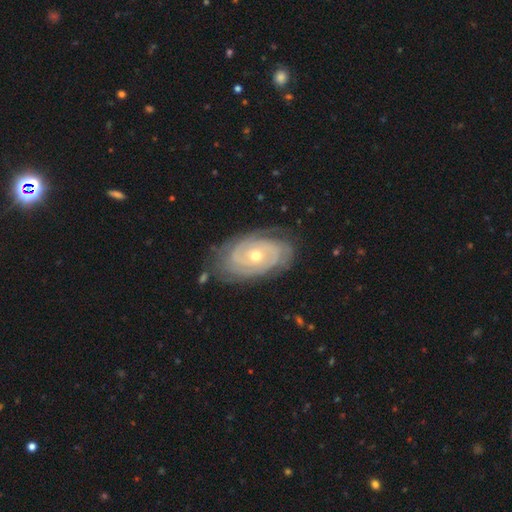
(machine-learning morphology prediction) smooth-or-featured: featured or disk: 88% | smooth: 7% | star or artifact: 5%
  disk-edge-on: no: 96% | yes: 4%
    bar: no: 77% | weak: 18% | strong: 5%
    has-spiral-arms: yes: 95% | no: 5%
      spiral-winding: tight: 78% | medium: 18% | loose: 4%
      spiral-arm-count: 2: 37% | can't tell: 27% | 3: 19% | 4: 8% | more than 4: 5% | 1: 5%
    bulge-size: moderate: 51% | small: 46% | large: 1% | none: 1% | dominant: 1%
  merging: none: 76% | minor disturbance: 17% | major disturbance: 5% | merger: 1%